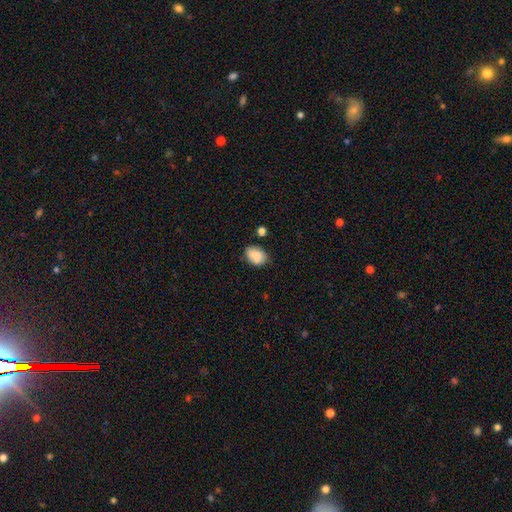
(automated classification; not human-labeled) This appears to be a smooth galaxy with no disk features (83%) that is in between round and cigar-shaped (75%). Merging: none (68%).